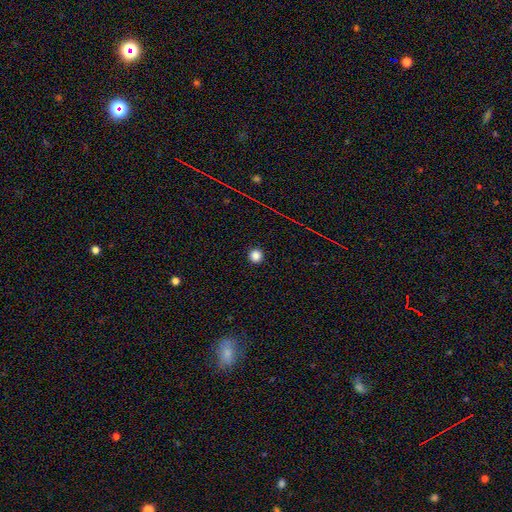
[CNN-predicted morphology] smooth_or_featured: smooth (p=0.83) [alt: star or artifact p=0.13]
how_rounded: round (p=0.94) [alt: in between p=0.05]
merging: none (p=0.93) [alt: minor disturbance p=0.05]